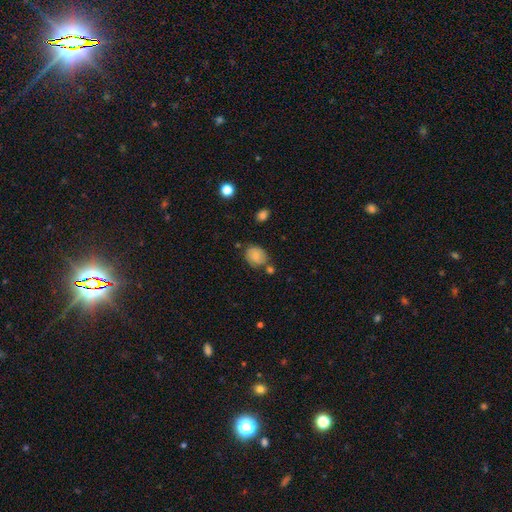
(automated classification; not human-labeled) Smooth or featured?
  - smooth: 74% *
  - featured or disk: 18%
  - star or artifact: 9%
How rounded?
  - in between: 50% *
  - round: 49%
  - cigar-shaped: 1%
Merging?
  - none: 67% *
  - minor disturbance: 19%
  - merger: 10%
  - major disturbance: 5%